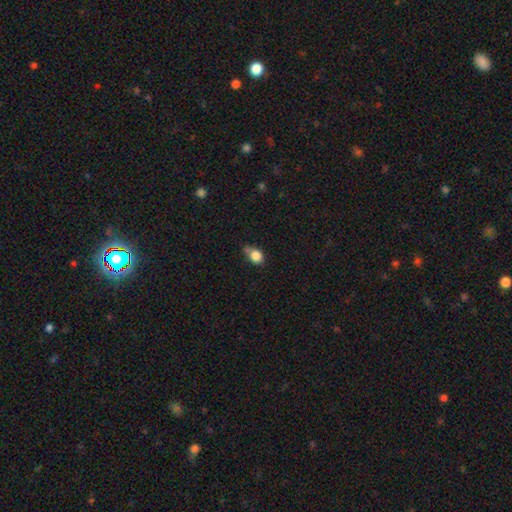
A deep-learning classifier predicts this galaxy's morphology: smooth 83%, star or artifact 10%, featured or disk 8%. Down the decision tree: how rounded — in between (54%); merging — none (40%, tied with minor disturbance).